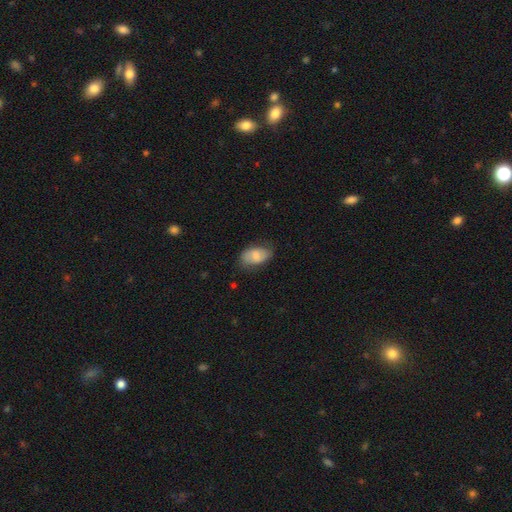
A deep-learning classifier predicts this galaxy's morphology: This appears to be a smooth galaxy with no disk features (74%) that is in between round and cigar-shaped (92%). Merging: none (68%).